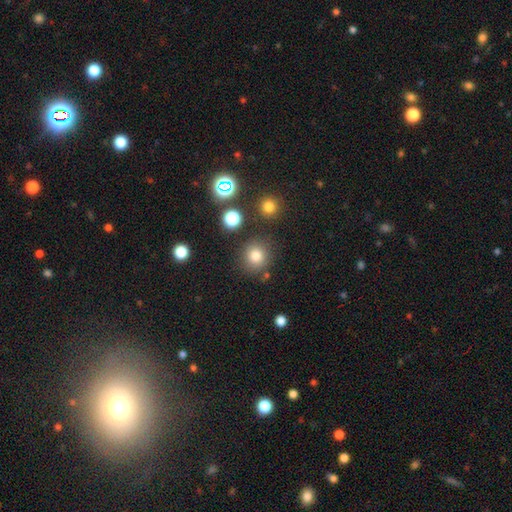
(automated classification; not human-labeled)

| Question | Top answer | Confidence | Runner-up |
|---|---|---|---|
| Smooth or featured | smooth | 78% | star or artifact (15%) |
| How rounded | round | 91% | in between (8%) |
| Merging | none | 83% | minor disturbance (8%) |